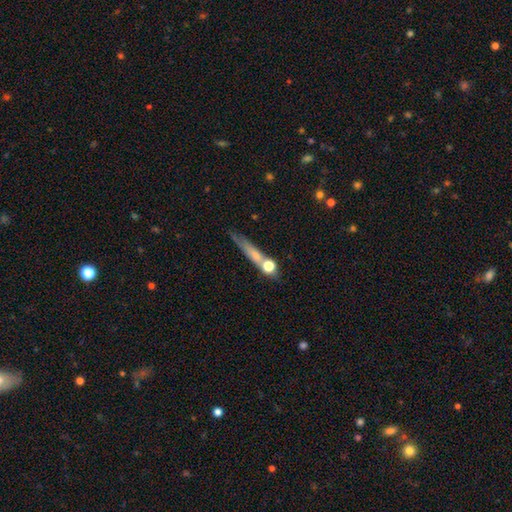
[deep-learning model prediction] The model was most divided on "smooth or featured": smooth: 52%, featured or disk: 37%, star or artifact: 11%. More confident: how rounded — cigar-shaped (75%); merging — none (61%).